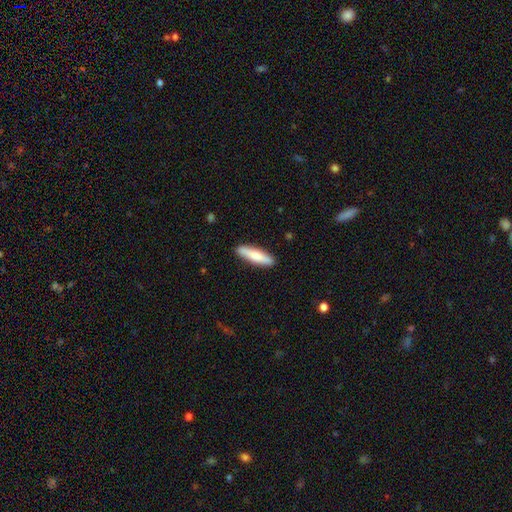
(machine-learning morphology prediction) smooth 74%, featured or disk 21%, star or artifact 5%. Down the decision tree: how rounded — cigar-shaped (77%); merging — none (89%).